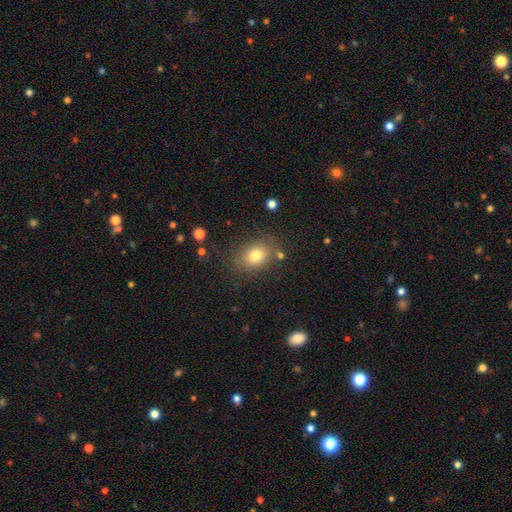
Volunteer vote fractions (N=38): Smooth or featured? smooth (84%)
How rounded? in between (59%)
Merging? none (75%)